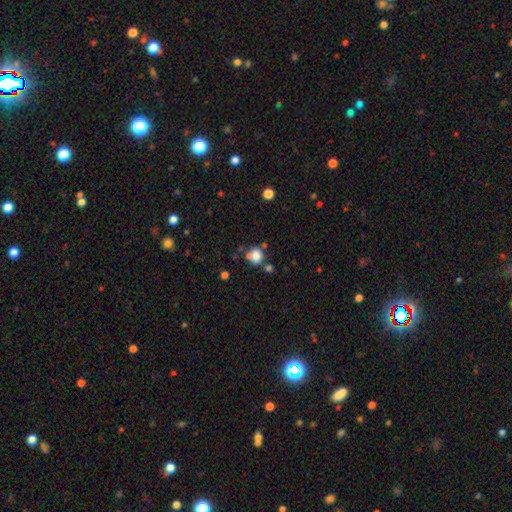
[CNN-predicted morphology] smooth-or-featured: smooth: 77% | star or artifact: 12% | featured or disk: 11%
  how-rounded: round: 67% | in between: 32% | cigar-shaped: 1%
  merging: none: 53% | merger: 23% | minor disturbance: 17% | major disturbance: 7%